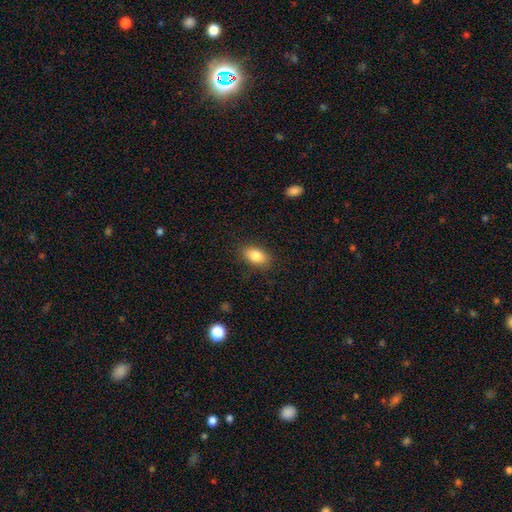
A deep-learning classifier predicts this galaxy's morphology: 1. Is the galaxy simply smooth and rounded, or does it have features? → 84% smooth, 9% featured or disk, 8% star or artifact.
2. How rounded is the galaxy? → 90% in between, 7% round, 3% cigar-shaped.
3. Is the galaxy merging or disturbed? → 87% none, 10% minor disturbance, 3% major disturbance, 1% merger.